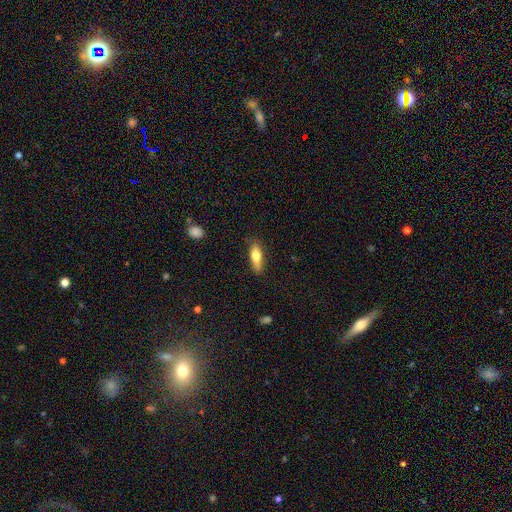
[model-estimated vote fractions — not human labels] Q: Smooth or featured?
A: smooth (68%); runner-up: featured or disk (26%)
Q: How rounded?
A: in between (55%); runner-up: cigar-shaped (42%)
Q: Merging?
A: none (80%); runner-up: minor disturbance (15%)